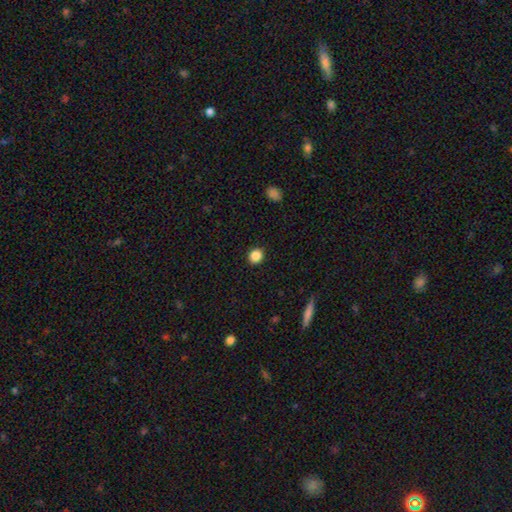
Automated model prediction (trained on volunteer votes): smooth-or-featured: smooth: 87% | star or artifact: 10% | featured or disk: 4%
  how-rounded: round: 82% | in between: 17% | cigar-shaped: 1%
  merging: none: 91% | minor disturbance: 6% | major disturbance: 2% | merger: 1%